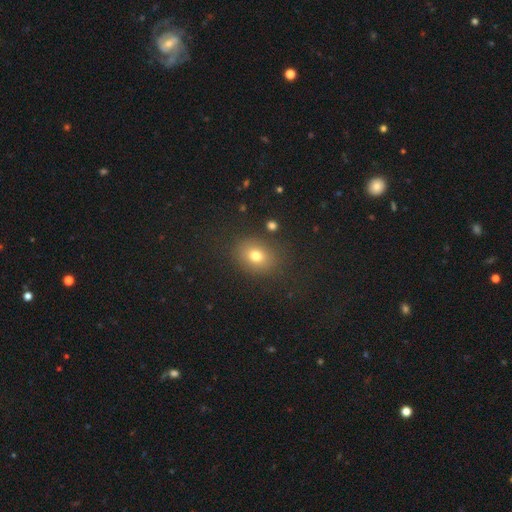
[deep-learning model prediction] Smooth or featured?
  - smooth: 76% *
  - star or artifact: 14%
  - featured or disk: 10%
How rounded?
  - round: 51% *
  - in between: 48%
  - cigar-shaped: 1%
Merging?
  - none: 83% *
  - minor disturbance: 10%
  - major disturbance: 4%
  - merger: 2%